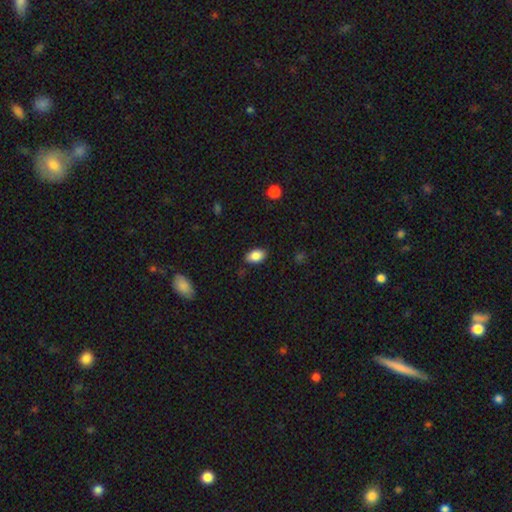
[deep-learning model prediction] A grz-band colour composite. It shows a smooth galaxy with no disk features (87%) that is in between round and cigar-shaped (90%). Merging: none (85%).